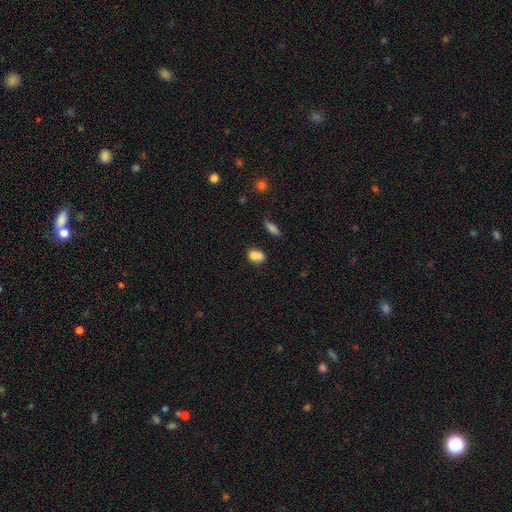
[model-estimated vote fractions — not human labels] Smooth or featured: smooth — 78% (featured or disk — 12%)
How rounded: in between — 67% (round — 30%)
Merging: merger — 43% (none — 38%)